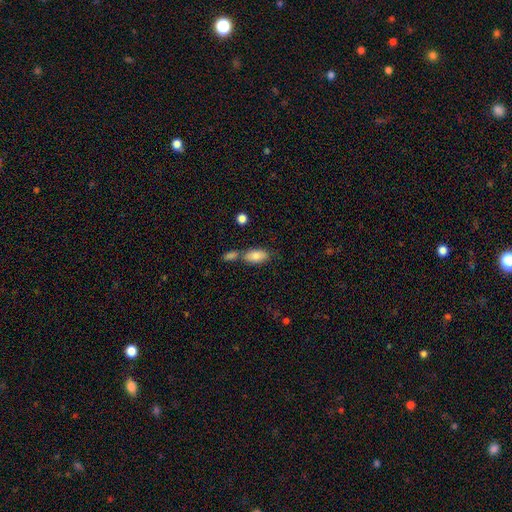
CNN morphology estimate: This is clearly a smooth galaxy (83%). How rounded: clearly in between (92%). Merging: possibly none (53%).